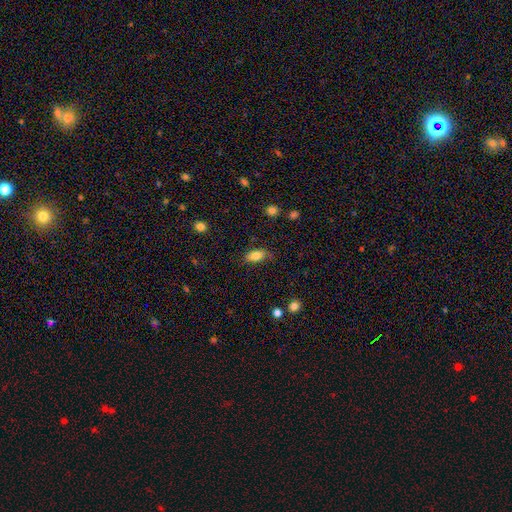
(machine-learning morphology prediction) smooth 83%, featured or disk 9%, star or artifact 8%. Down the decision tree: how rounded — in between (87%); merging — none (75%).